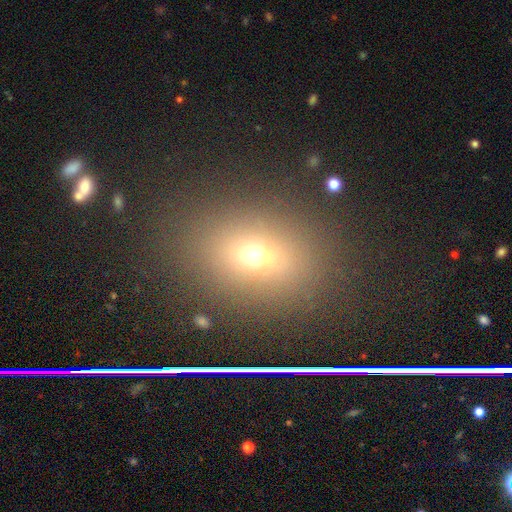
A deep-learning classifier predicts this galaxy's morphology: smooth_or_featured: smooth (p=0.67) [alt: star or artifact p=0.20]
how_rounded: in between (p=0.55) [alt: round p=0.43]
merging: none (p=0.82) [alt: minor disturbance p=0.10]